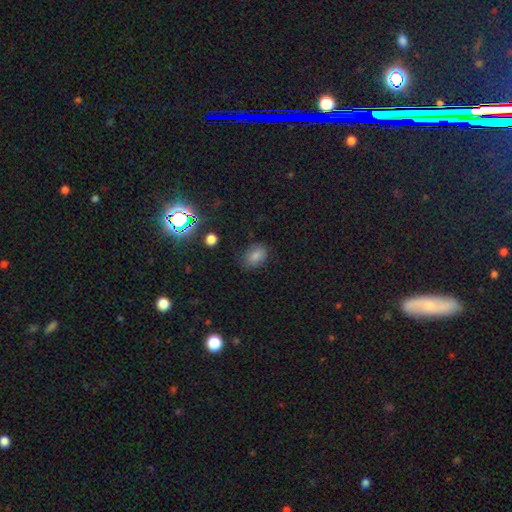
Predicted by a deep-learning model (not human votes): Smooth or featured?
  - smooth: 80% *
  - star or artifact: 13%
  - featured or disk: 7%
How rounded?
  - in between: 79% *
  - round: 20%
  - cigar-shaped: 1%
Merging?
  - none: 75% *
  - minor disturbance: 18%
  - major disturbance: 5%
  - merger: 2%